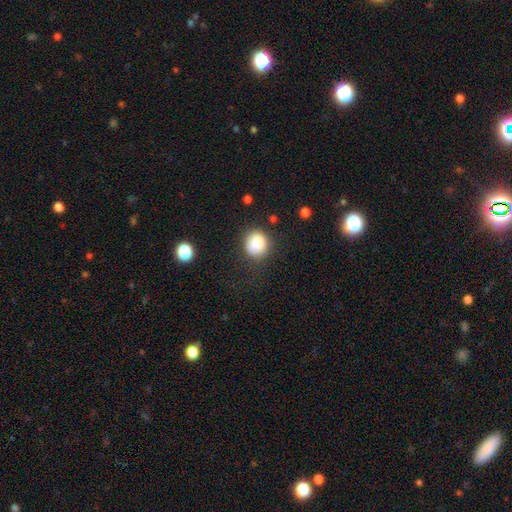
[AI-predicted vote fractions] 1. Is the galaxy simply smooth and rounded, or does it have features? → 78% smooth, 16% star or artifact, 7% featured or disk.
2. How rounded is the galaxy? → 86% round, 13% in between, 1% cigar-shaped.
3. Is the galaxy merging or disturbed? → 81% none, 13% minor disturbance, 5% major disturbance, 2% merger.